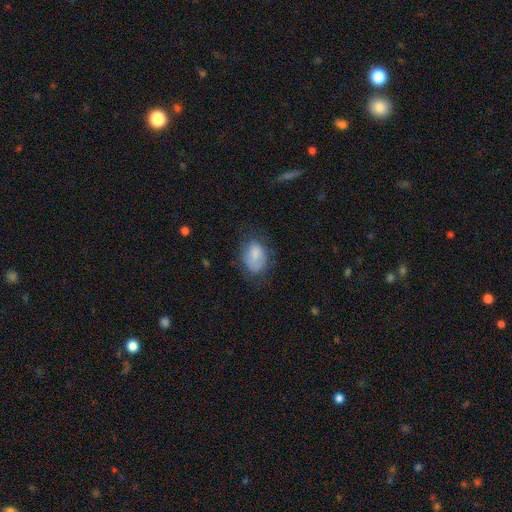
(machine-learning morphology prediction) A smooth galaxy with no disk features (77%) that is in between round and cigar-shaped (77%). Merging: none (56%).